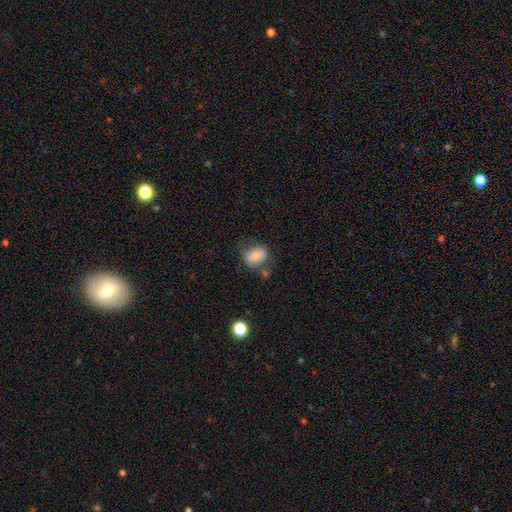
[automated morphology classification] Smooth or featured? smooth (76%)
How rounded? in between (67%)
Merging? none (49%)